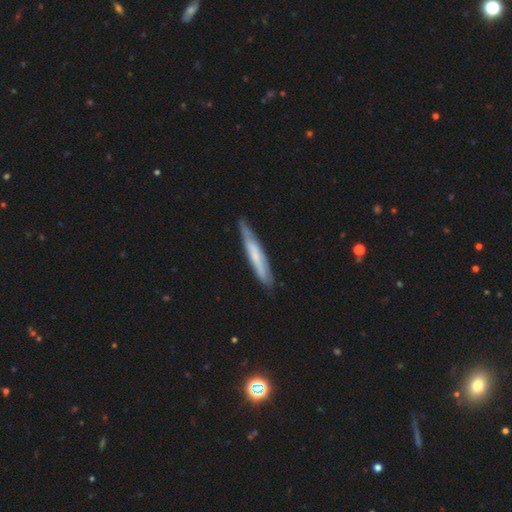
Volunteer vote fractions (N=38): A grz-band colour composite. It shows a smooth galaxy with no disk features (68%) that is cigar-shaped (100%). Merging: none (76%).